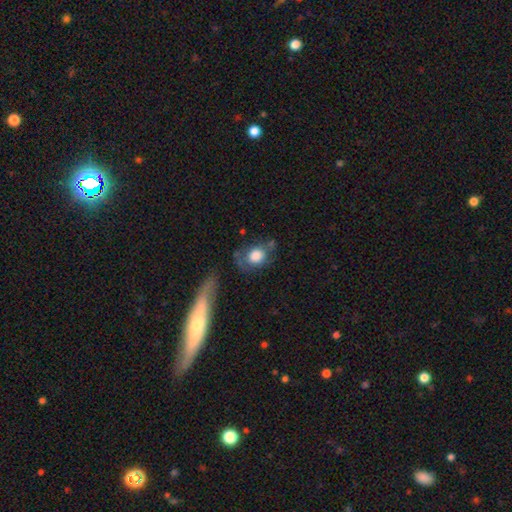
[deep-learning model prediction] Q: Smooth or featured?
A: smooth (75%); runner-up: featured or disk (17%)
Q: How rounded?
A: round (52%); runner-up: in between (46%)
Q: Merging?
A: none (52%); runner-up: minor disturbance (24%)